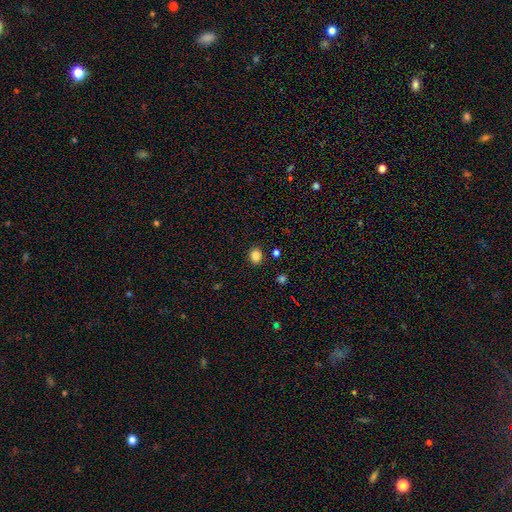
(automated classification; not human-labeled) This appears to be a smooth galaxy with no disk features (83%) that is round (70%). Merging: none (89%).